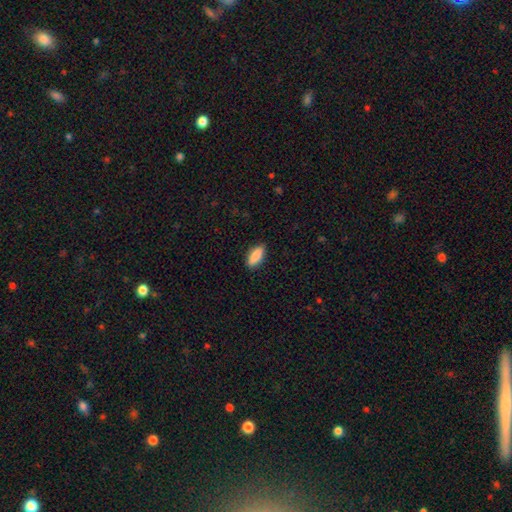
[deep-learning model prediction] Smooth or featured? Predicted: smooth (p=0.89). How rounded? Predicted: in between (p=0.76). Merging? Predicted: none (p=0.88).